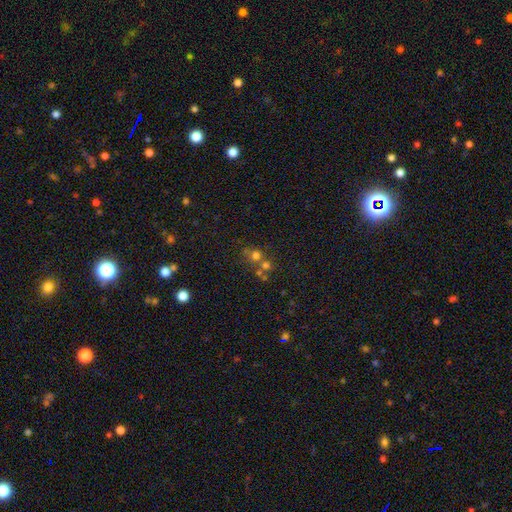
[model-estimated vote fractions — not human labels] smooth 62%, star or artifact 22%, featured or disk 16%. Down the decision tree: how rounded — round (86%); merging — none (49%).